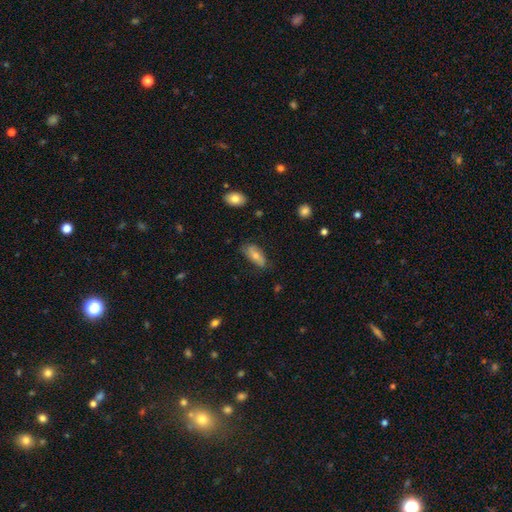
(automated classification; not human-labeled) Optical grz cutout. It shows a smooth galaxy with no disk features (67%) that is in between round and cigar-shaped (83%). Merging: none (68%).